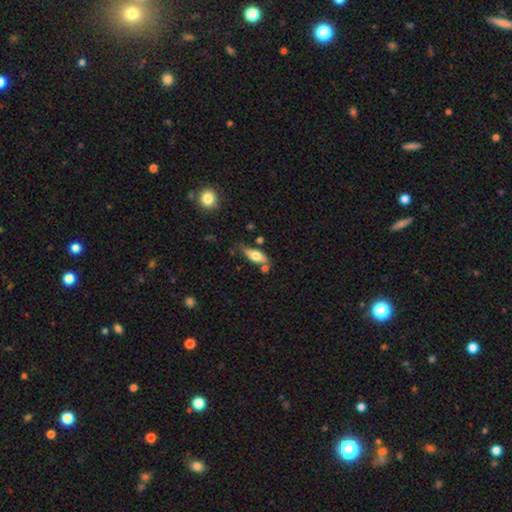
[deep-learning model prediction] Q: Smooth or featured?
A: smooth (60%); runner-up: featured or disk (34%)
Q: How rounded?
A: in between (69%); runner-up: cigar-shaped (28%)
Q: Merging?
A: none (63%); runner-up: minor disturbance (20%)